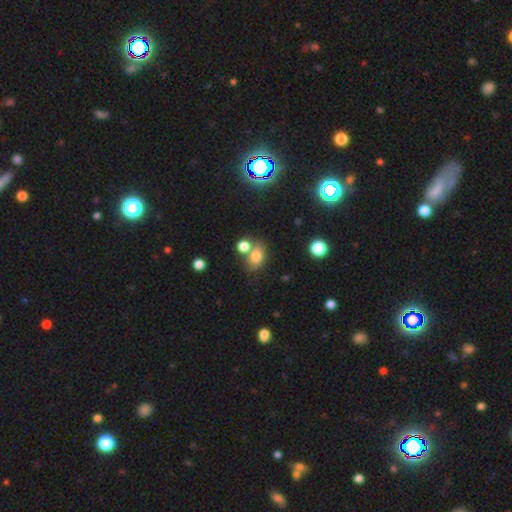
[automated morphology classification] Smooth or featured? Predicted: smooth (p=0.77). How rounded? Predicted: in between (p=0.72). Merging? Predicted: none (p=0.50).